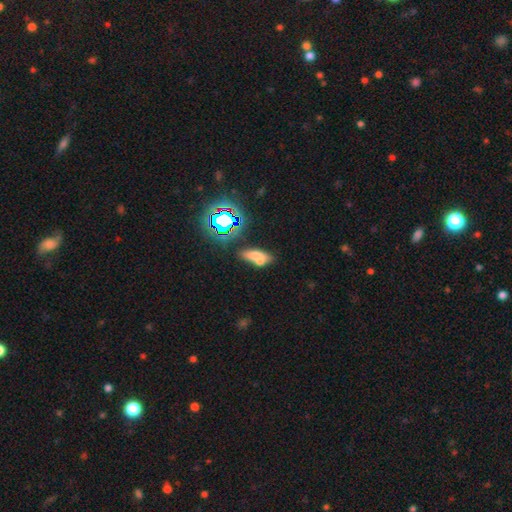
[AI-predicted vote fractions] Smooth or featured? Predicted: smooth (p=0.61). How rounded? Predicted: in between (p=0.71). Merging? Predicted: none (p=0.44).